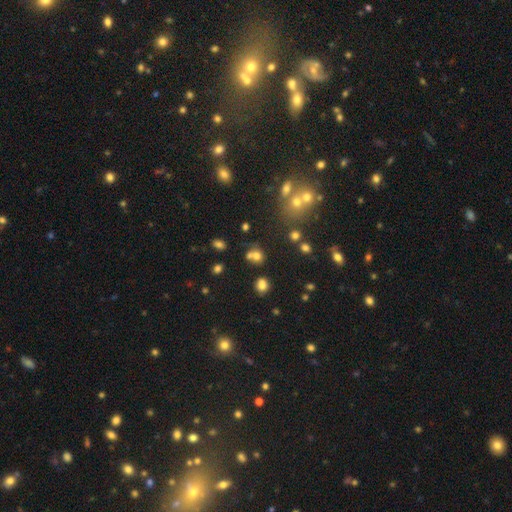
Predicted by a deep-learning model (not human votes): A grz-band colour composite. It shows a smooth galaxy with no disk features (68%) that is round (70%). Merging: none (48%).